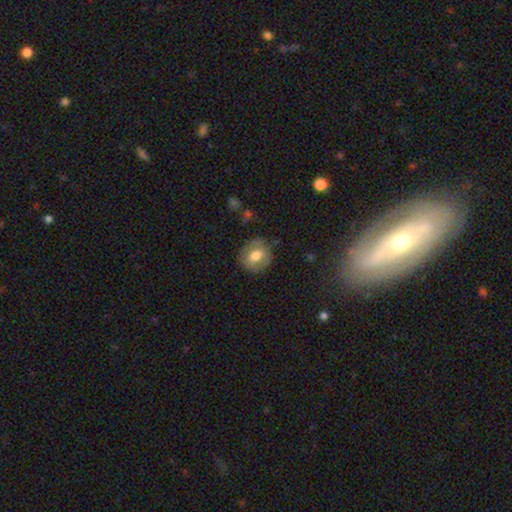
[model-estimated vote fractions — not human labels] smooth 65%, featured or disk 28%, star or artifact 7%. Down the decision tree: how rounded — round (66%); merging — none (78%).